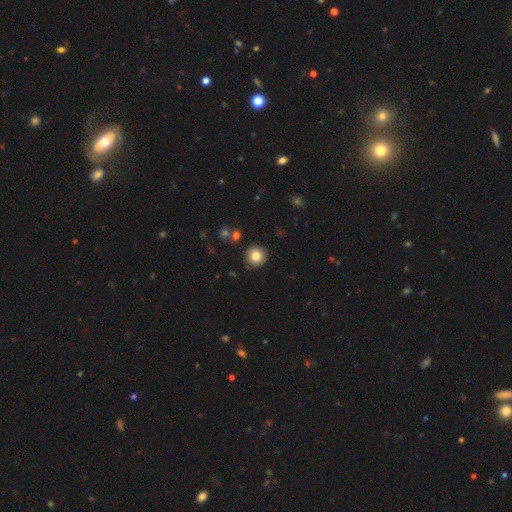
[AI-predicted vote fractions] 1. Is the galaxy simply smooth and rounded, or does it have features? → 84% smooth, 9% star or artifact, 7% featured or disk.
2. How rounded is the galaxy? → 94% round, 5% in between, 1% cigar-shaped.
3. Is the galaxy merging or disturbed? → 89% none, 7% minor disturbance, 2% major disturbance, 2% merger.